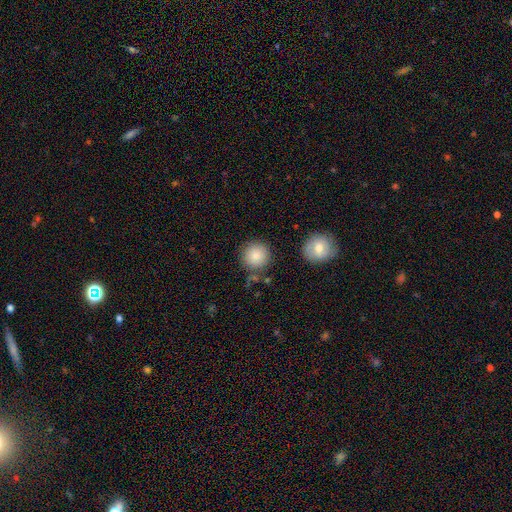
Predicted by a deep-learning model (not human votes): Smooth or featured: smooth — 86% (star or artifact — 8%)
How rounded: round — 94% (in between — 5%)
Merging: none — 83% (minor disturbance — 9%)